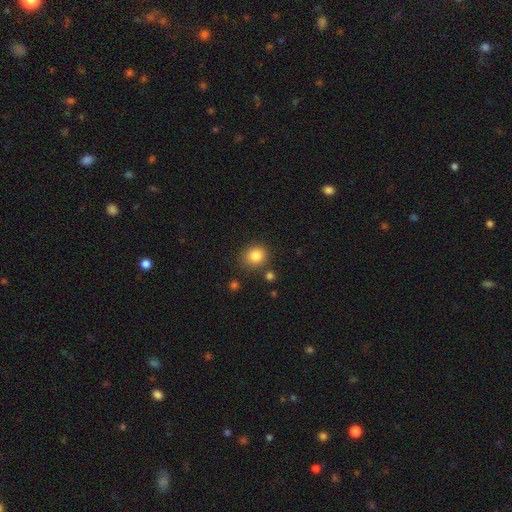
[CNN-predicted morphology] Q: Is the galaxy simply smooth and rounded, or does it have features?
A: smooth — 83%.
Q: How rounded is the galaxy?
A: round — 78%.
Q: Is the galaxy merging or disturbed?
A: none — 81%.